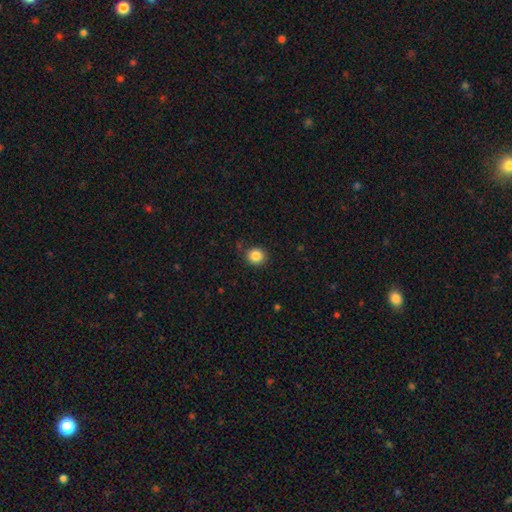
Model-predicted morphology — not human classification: A smooth galaxy with no disk features (85%) that is round (89%).

Vote fractions:
- Smooth or featured? smooth: 85% / star or artifact: 10% / featured or disk: 5%
- How rounded? round: 89% / in between: 10% / cigar-shaped: 1%
- Merging? none: 85% / minor disturbance: 11% / major disturbance: 3% / merger: 2%